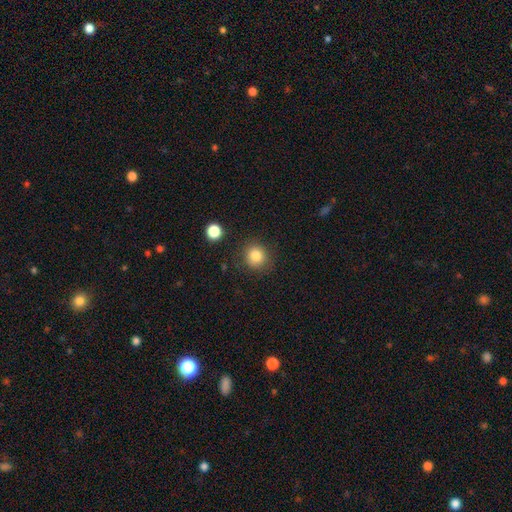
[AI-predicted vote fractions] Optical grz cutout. It shows a smooth galaxy with no disk features (83%) that is round (88%). Merging: none (85%).